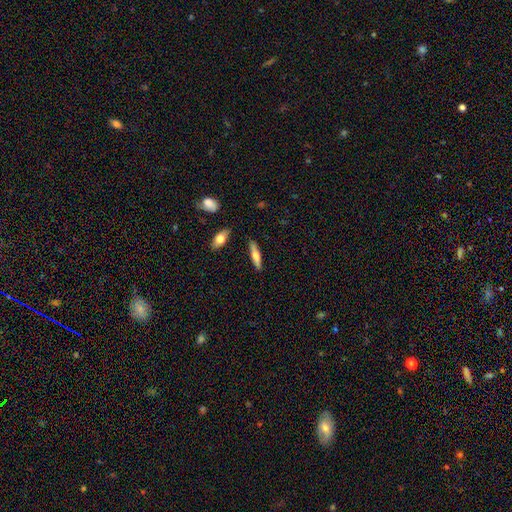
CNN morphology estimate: Smooth or featured?
  - smooth: 58% *
  - featured or disk: 36%
  - star or artifact: 6%
How rounded?
  - cigar-shaped: 76% *
  - in between: 22%
  - round: 2%
Merging?
  - none: 86% *
  - minor disturbance: 10%
  - merger: 2%
  - major disturbance: 2%